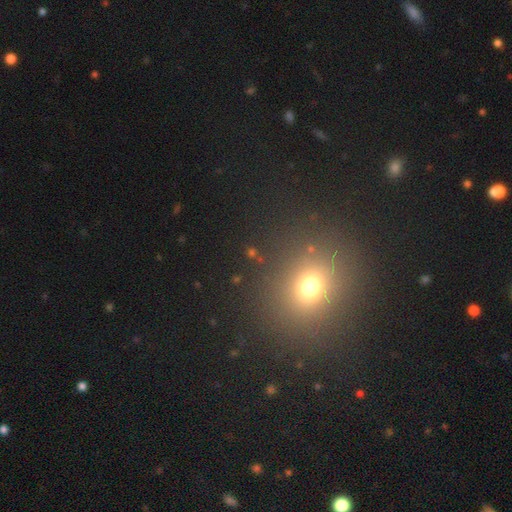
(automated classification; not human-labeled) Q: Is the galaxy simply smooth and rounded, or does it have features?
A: smooth — 60%.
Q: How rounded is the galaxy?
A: round — 77%.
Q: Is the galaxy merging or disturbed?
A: none — 88%.